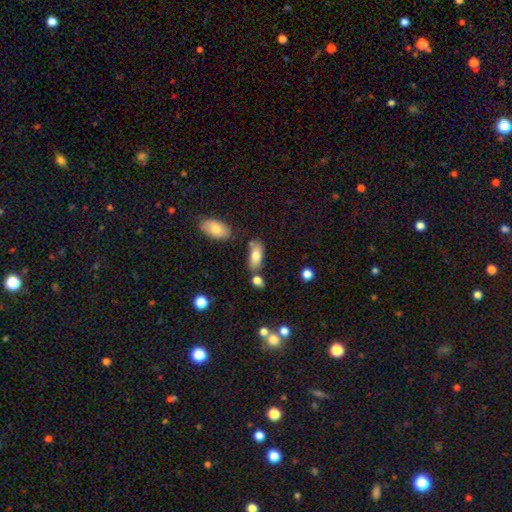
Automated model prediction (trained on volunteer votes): A smooth galaxy with no disk features (78%) that is in between round and cigar-shaped (85%).

Vote fractions:
- Smooth or featured? smooth: 78% / featured or disk: 15% / star or artifact: 7%
- How rounded? in between: 85% / cigar-shaped: 12% / round: 3%
- Merging? none: 63% / minor disturbance: 17% / merger: 16% / major disturbance: 5%